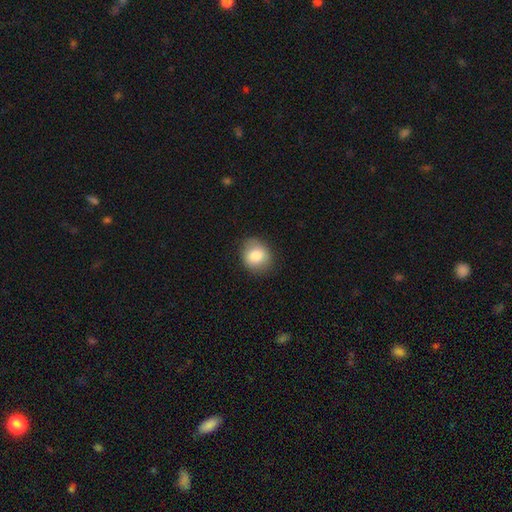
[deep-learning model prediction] Smooth or featured?
  - smooth: 82% *
  - featured or disk: 9%
  - star or artifact: 8%
How rounded?
  - round: 67% *
  - in between: 32%
  - cigar-shaped: 1%
Merging?
  - none: 84% *
  - minor disturbance: 12%
  - major disturbance: 3%
  - merger: 1%